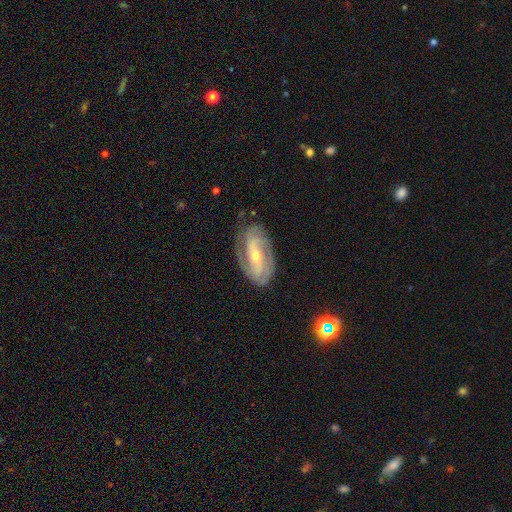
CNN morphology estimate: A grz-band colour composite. It shows a featured or disk galaxy (86%) with a weak bar (35%), 2 (56%) tight (53%) spiral arms (96%) and a small central bulge (58%). Merging: none (78%).